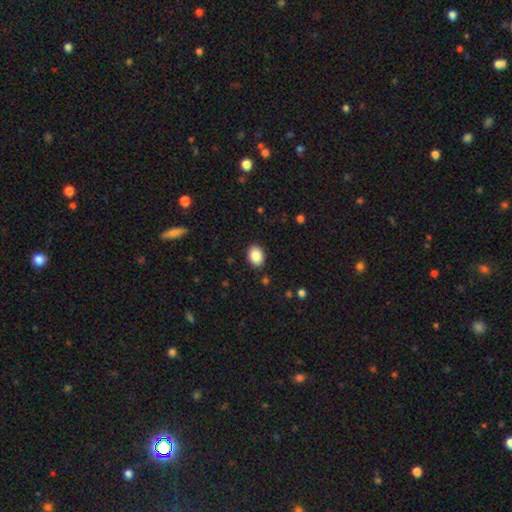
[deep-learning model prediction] The model was most divided on "how rounded": in between: 67%, round: 32%, cigar-shaped: 1%. More confident: merging — none (89%); smooth or featured — smooth (87%).